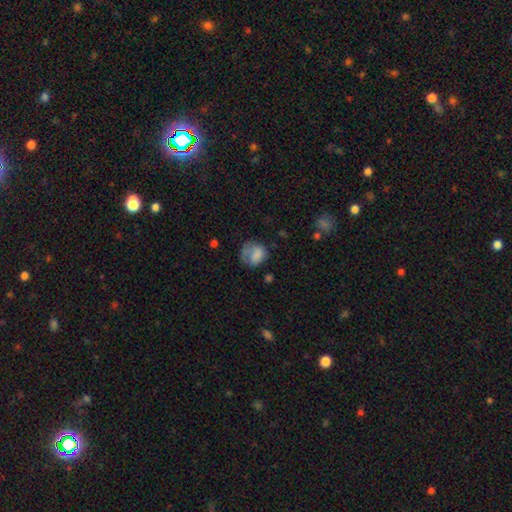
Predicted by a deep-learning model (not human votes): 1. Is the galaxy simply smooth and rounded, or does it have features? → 72% smooth, 20% featured or disk, 8% star or artifact.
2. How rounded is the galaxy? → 64% round, 35% in between, 1% cigar-shaped.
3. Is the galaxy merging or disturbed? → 42% none, 28% major disturbance, 28% minor disturbance, 2% merger.